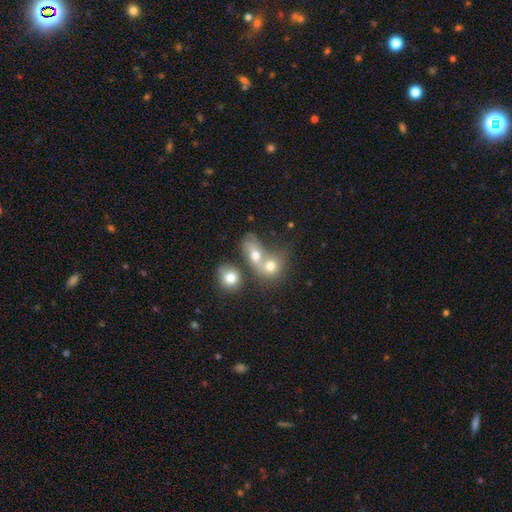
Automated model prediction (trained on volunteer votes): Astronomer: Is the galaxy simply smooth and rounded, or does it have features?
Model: smooth — 51%.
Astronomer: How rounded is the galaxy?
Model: round — 60%.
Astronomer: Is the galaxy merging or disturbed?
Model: merger — 55% (runner-up: none, 32%).